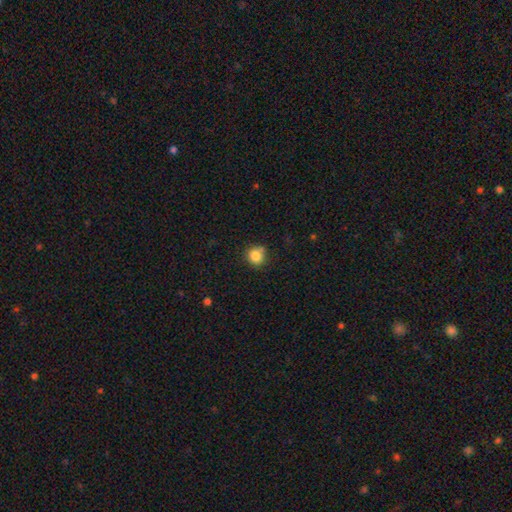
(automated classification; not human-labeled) smooth-or-featured: smooth: 84% | star or artifact: 11% | featured or disk: 5%
  how-rounded: round: 89% | in between: 10% | cigar-shaped: 1%
  merging: none: 75% | minor disturbance: 16% | merger: 5% | major disturbance: 3%